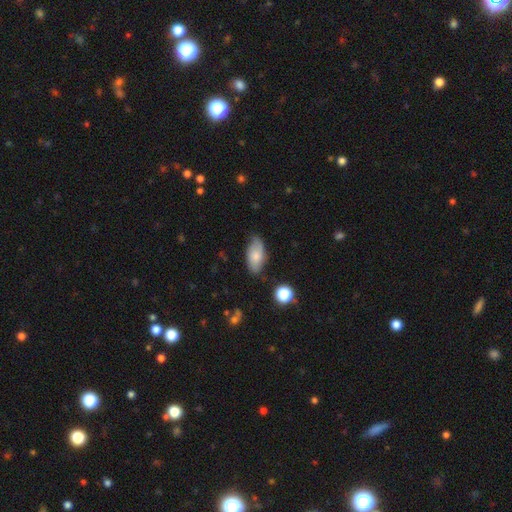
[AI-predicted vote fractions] smooth_or_featured: smooth (p=0.69) [alt: featured or disk p=0.23]
how_rounded: in between (p=0.92) [alt: cigar-shaped p=0.05]
merging: none (p=0.69) [alt: minor disturbance p=0.24]